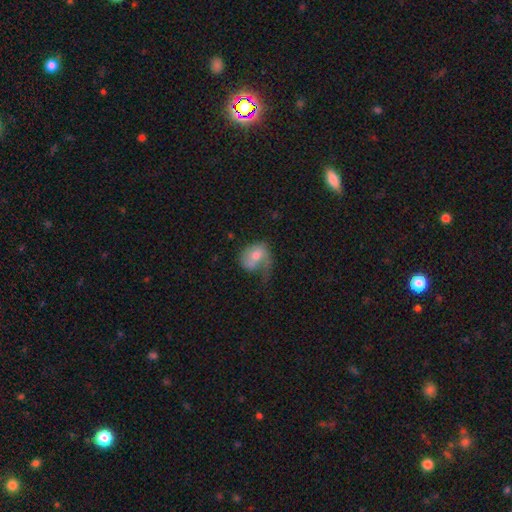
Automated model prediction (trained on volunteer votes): A smooth galaxy with no disk features (51%) that is in between round and cigar-shaped (53%). Merging: major disturbance (44%).